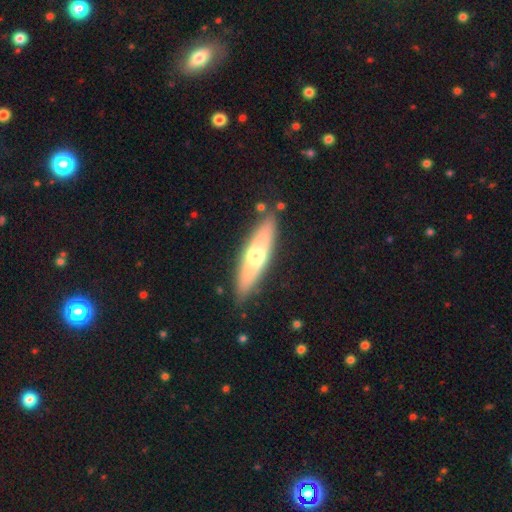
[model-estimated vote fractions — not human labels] A smooth galaxy with no disk features (53%) that is cigar-shaped (68%).

Vote fractions:
- Smooth or featured? smooth: 53% / featured or disk: 41% / star or artifact: 6%
- How rounded? cigar-shaped: 68% / in between: 30% / round: 2%
- Merging? none: 85% / minor disturbance: 10% / major disturbance: 2% / merger: 2%